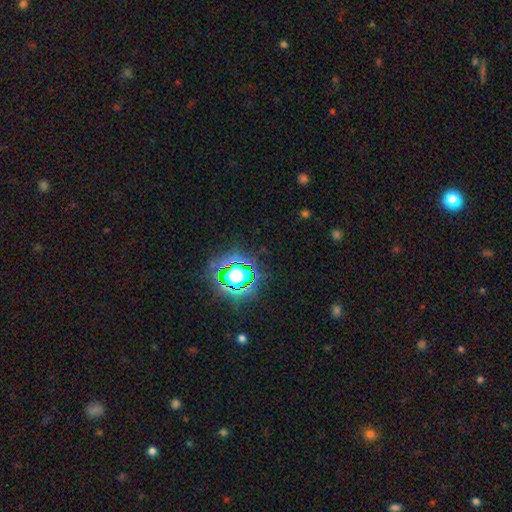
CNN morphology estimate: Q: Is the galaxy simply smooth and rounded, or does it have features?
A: star or artifact — 78%.